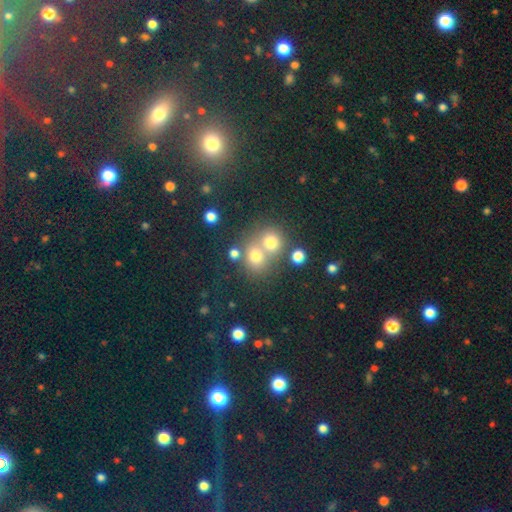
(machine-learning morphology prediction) A smooth galaxy with no disk features (70%) that is round (78%).

Vote fractions:
- Smooth or featured? smooth: 70% / star or artifact: 19% / featured or disk: 12%
- How rounded? round: 78% / in between: 21% / cigar-shaped: 1%
- Merging? merger: 48% / none: 42% / minor disturbance: 7% / major disturbance: 4%